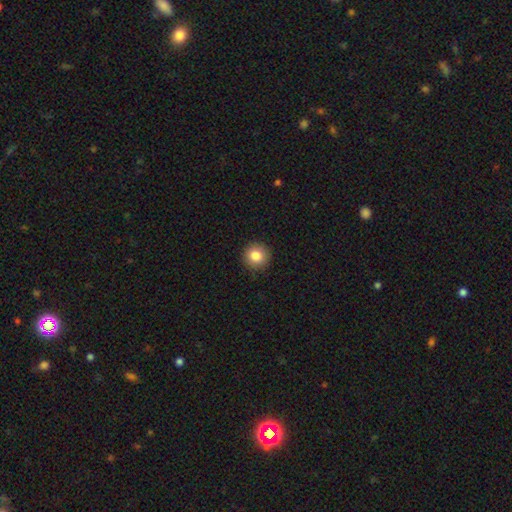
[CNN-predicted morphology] smooth 85%, star or artifact 9%, featured or disk 6%. Down the decision tree: how rounded — round (93%); merging — none (91%).